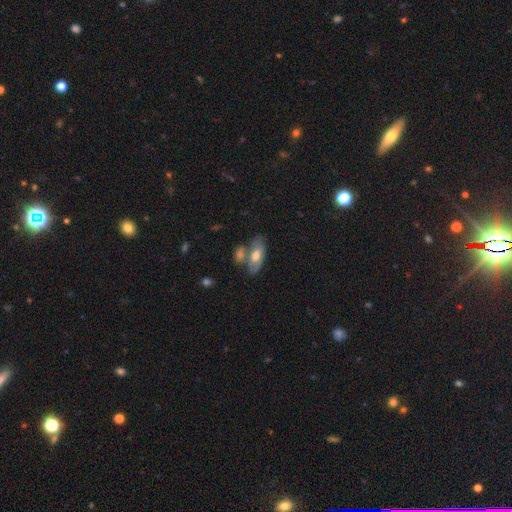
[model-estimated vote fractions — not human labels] Smooth or featured: smooth — 62% (featured or disk — 32%)
How rounded: in between — 84% (cigar-shaped — 12%)
Merging: none — 47% (merger — 33%)